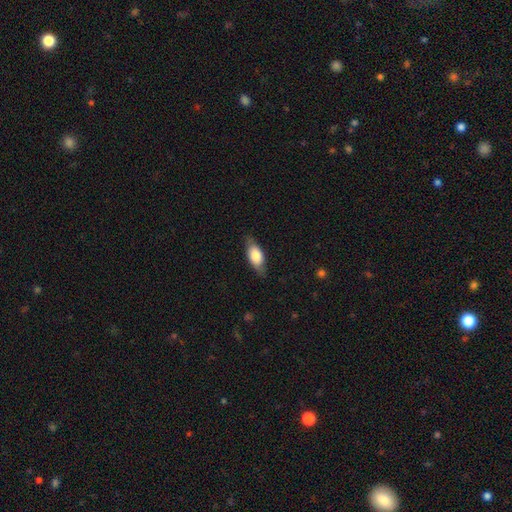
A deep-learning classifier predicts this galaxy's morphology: Smooth or featured? smooth (72%)
How rounded? in between (80%)
Merging? none (79%)